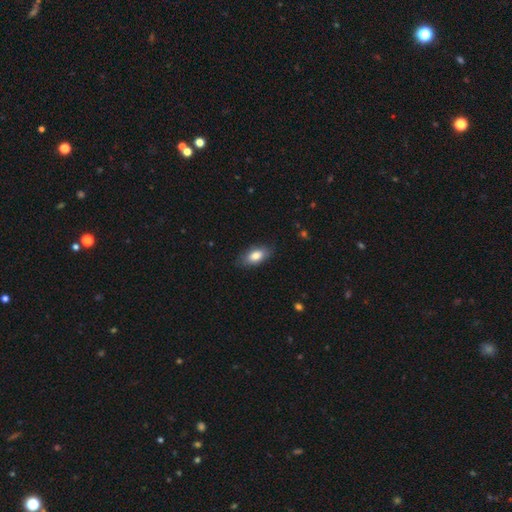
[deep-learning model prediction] Morphology: type=smooth (81%); roundness=in between (90%); merging=none (81%).